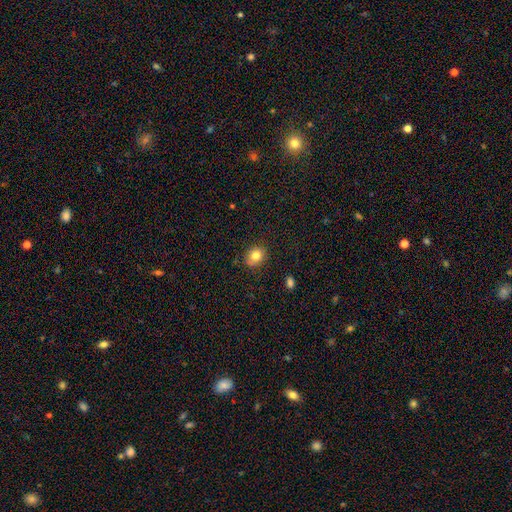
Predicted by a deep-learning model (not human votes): Smooth or featured?
  - smooth: 81% *
  - star or artifact: 10%
  - featured or disk: 8%
How rounded?
  - round: 63% *
  - in between: 36%
  - cigar-shaped: 1%
Merging?
  - none: 80% *
  - minor disturbance: 15%
  - major disturbance: 3%
  - merger: 2%